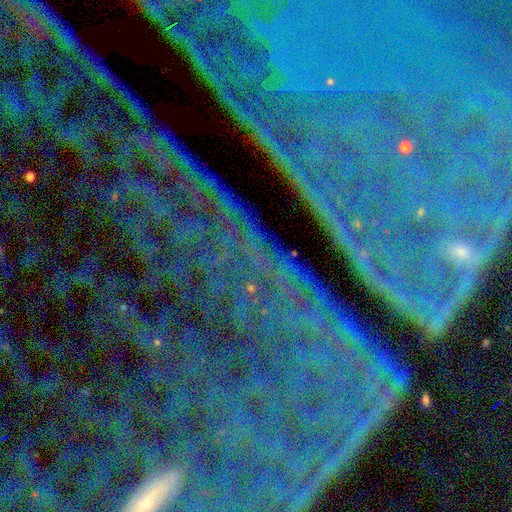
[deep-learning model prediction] This is clearly a star or artifact rather than a galaxy (86%).